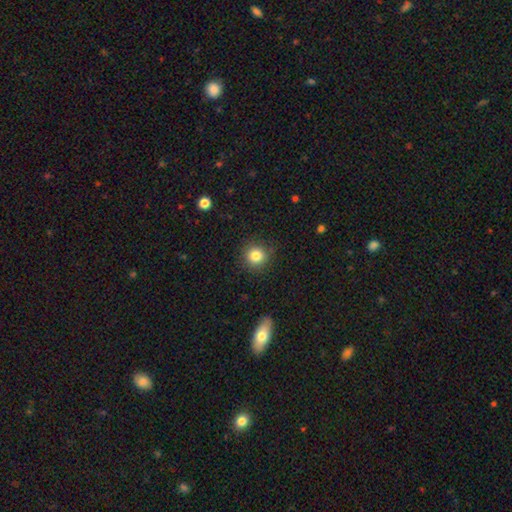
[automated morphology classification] smooth_or_featured: smooth (p=0.83) [alt: star or artifact p=0.11]
how_rounded: round (p=0.91) [alt: in between p=0.08]
merging: none (p=0.87) [alt: minor disturbance p=0.09]